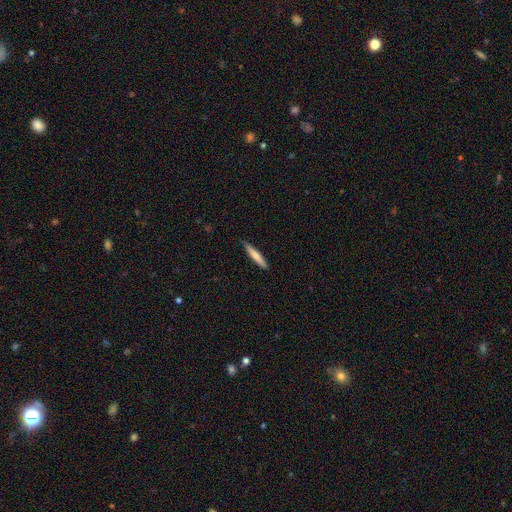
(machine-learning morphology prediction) Smooth or featured: smooth — 70% (featured or disk — 25%)
How rounded: cigar-shaped — 93% (in between — 6%)
Merging: none — 86% (minor disturbance — 11%)